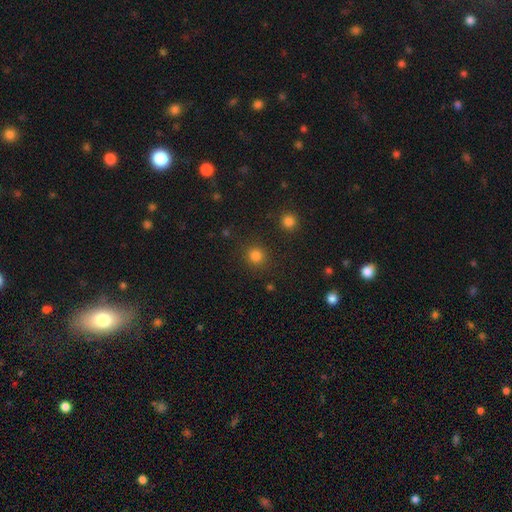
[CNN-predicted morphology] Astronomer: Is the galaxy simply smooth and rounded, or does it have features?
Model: smooth — 83%.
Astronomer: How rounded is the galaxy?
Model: round — 91%.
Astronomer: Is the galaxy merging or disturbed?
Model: none — 87%.